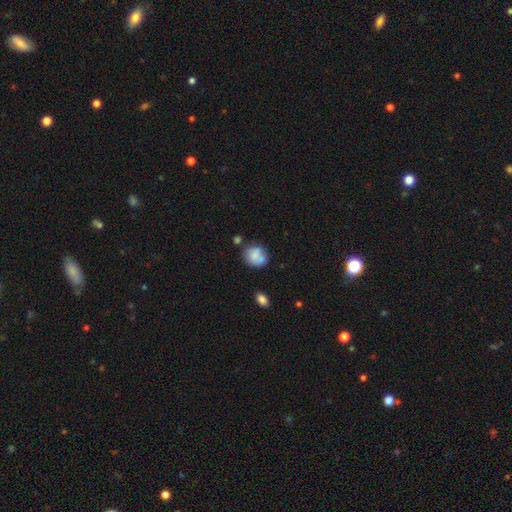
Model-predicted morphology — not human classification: type=smooth (73%); roundness=round (67%); merging=none (51%).